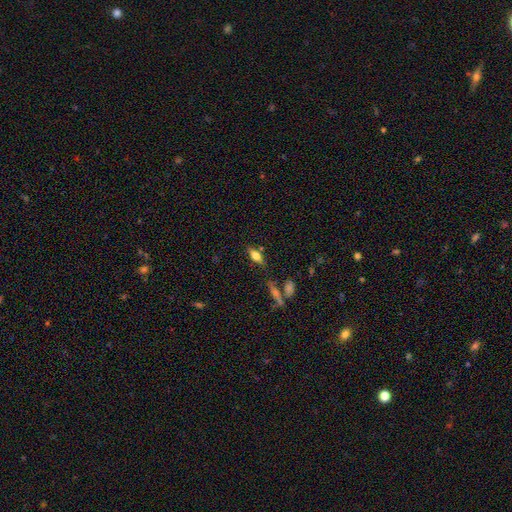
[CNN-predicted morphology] A smooth galaxy with no disk features (62%) that is in between round and cigar-shaped (70%). Merging: none (74%).